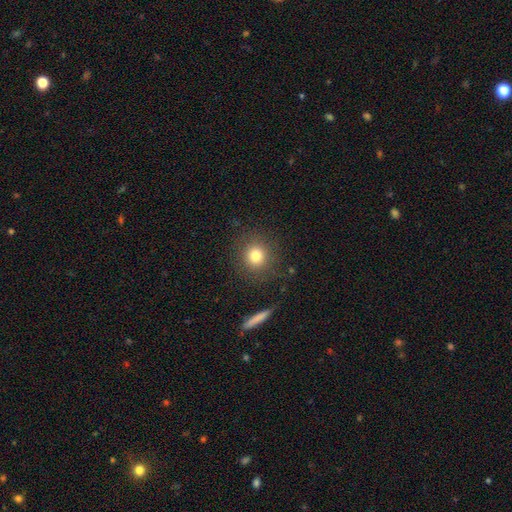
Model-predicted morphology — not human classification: A smooth galaxy with no disk features (80%) that is round (89%). Merging: none (86%).